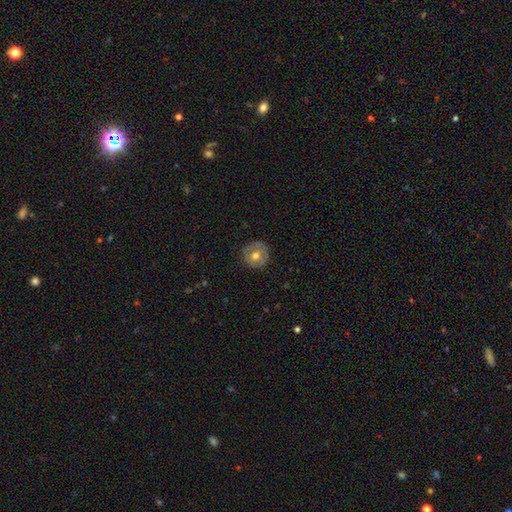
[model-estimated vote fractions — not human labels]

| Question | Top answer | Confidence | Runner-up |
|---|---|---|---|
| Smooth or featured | smooth | 60% | featured or disk (32%) |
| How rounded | round | 92% | in between (7%) |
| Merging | none | 82% | minor disturbance (13%) |